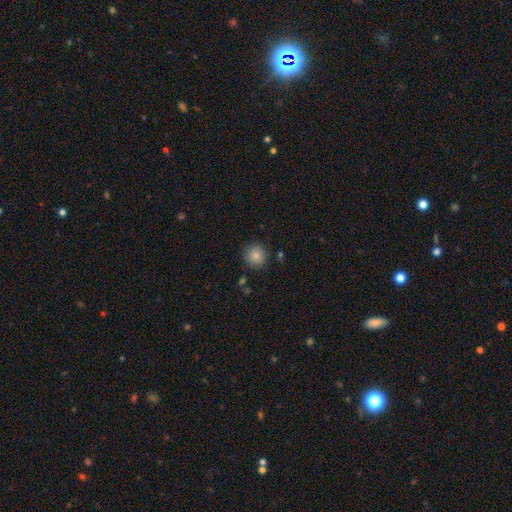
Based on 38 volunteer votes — A smooth galaxy with no disk features (97%) that is round (95%).

Vote fractions:
- Smooth or featured? smooth: 97% / star or artifact: 3% / featured or disk: 0%
- How rounded? round: 95% / in between: 5% / cigar-shaped: 0%
- Merging? none: 86% / minor disturbance: 8% / major disturbance: 3% / merger: 3%